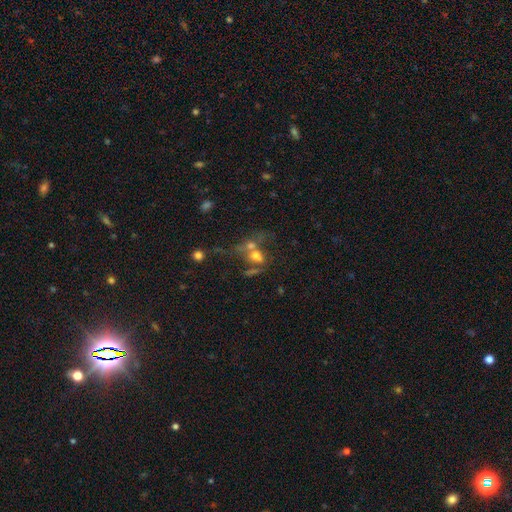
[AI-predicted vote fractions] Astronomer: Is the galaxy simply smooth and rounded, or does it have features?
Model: smooth — 53% (runner-up: featured or disk, 30%).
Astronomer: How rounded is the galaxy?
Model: in between — 61%.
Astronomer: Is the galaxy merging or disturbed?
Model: merger — 60%.